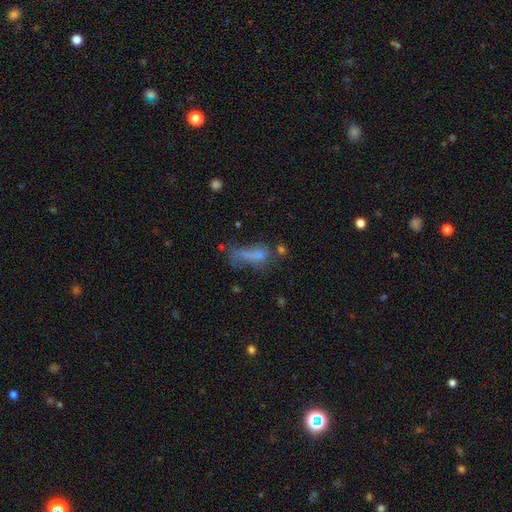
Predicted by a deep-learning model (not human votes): Smooth or featured: smooth — 52% (featured or disk — 27%)
How rounded: in between — 54% (cigar-shaped — 40%)
Merging: none — 34% (major disturbance — 31%)